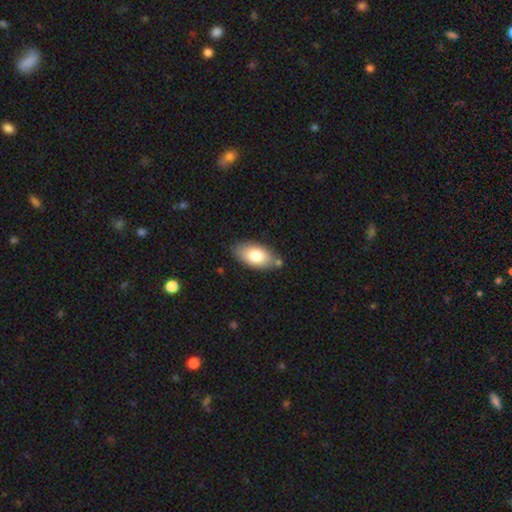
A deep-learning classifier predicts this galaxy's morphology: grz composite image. It shows a smooth galaxy with no disk features (79%) that is in between round and cigar-shaped (93%). Merging: none (75%).